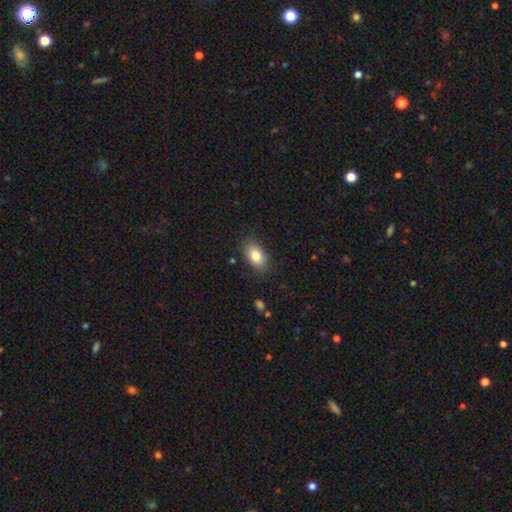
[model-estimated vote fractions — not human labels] The model was most divided on "merging": none: 84%, minor disturbance: 12%, major disturbance: 3%, merger: 1%. More confident: how rounded — in between (89%); smooth or featured — smooth (83%).